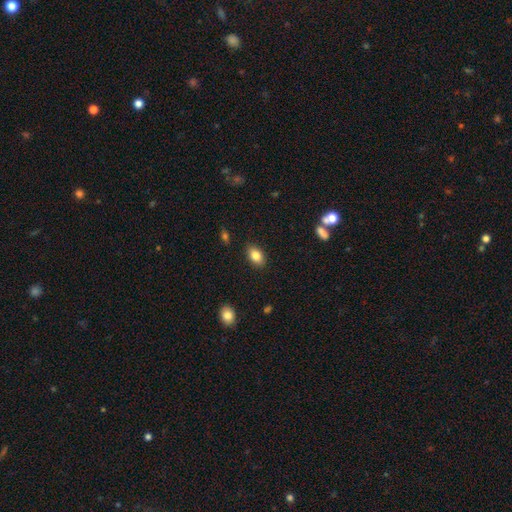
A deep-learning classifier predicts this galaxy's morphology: Overall: smooth (84%). How rounded: in between (88%). Merging: none (87%).